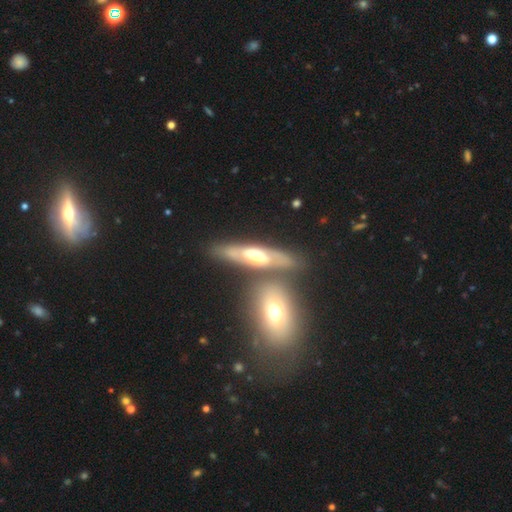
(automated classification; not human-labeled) A featured or disk galaxy (61%) viewed edge-on (63%). Merging: none (59%).